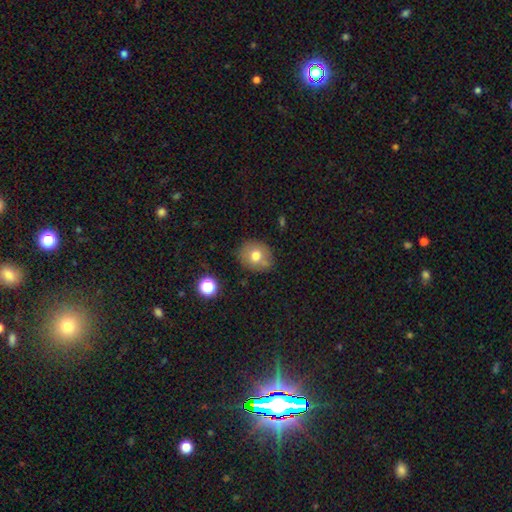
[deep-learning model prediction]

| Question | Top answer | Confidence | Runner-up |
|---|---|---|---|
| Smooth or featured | smooth | 71% | featured or disk (18%) |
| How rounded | round | 71% | in between (28%) |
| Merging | none | 75% | minor disturbance (17%) |